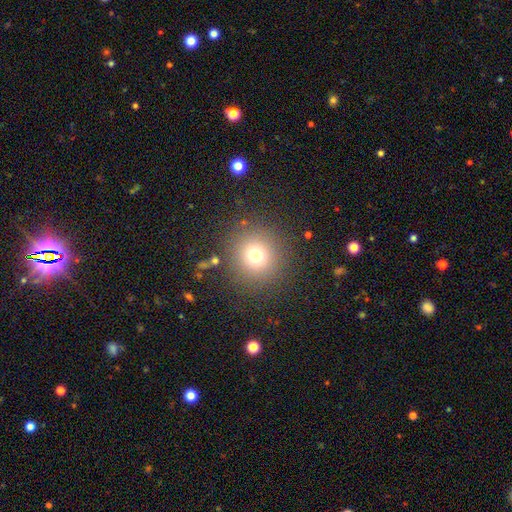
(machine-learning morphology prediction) Smooth or featured? smooth (72%)
How rounded? round (94%)
Merging? none (87%)